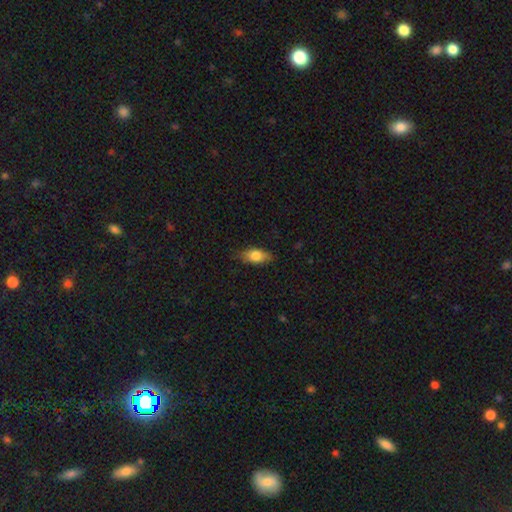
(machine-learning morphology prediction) Smooth or featured? Predicted: smooth (p=0.76). How rounded? Predicted: in between (p=0.84). Merging? Predicted: none (p=0.78).